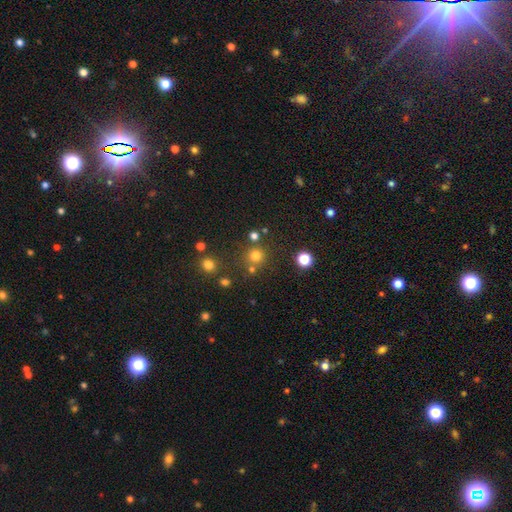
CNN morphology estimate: This is likely a smooth galaxy (74%). How rounded: clearly round (93%). Merging: likely none (78%).